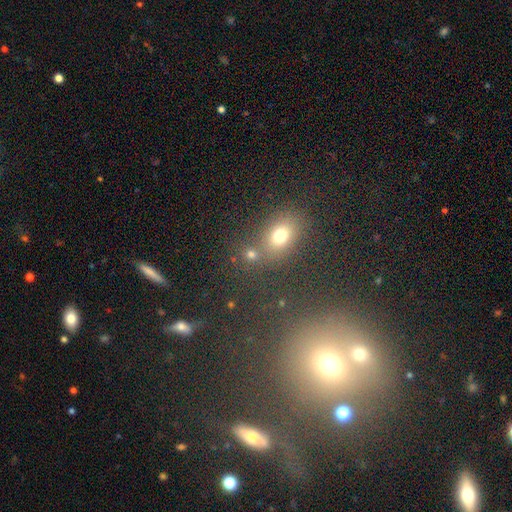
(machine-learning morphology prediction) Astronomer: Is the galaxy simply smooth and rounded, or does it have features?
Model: smooth — 67%.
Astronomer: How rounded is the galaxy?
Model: in between — 66%.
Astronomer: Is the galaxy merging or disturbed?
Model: none — 69%.